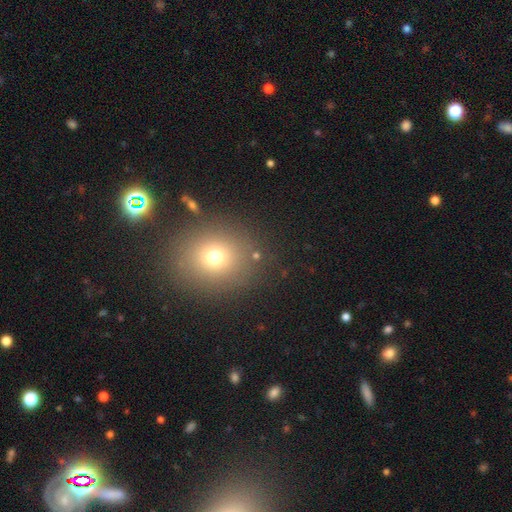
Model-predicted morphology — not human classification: smooth_or_featured: smooth (p=0.68) [alt: star or artifact p=0.21]
how_rounded: round (p=0.72) [alt: in between p=0.26]
merging: none (p=0.81) [alt: minor disturbance p=0.09]